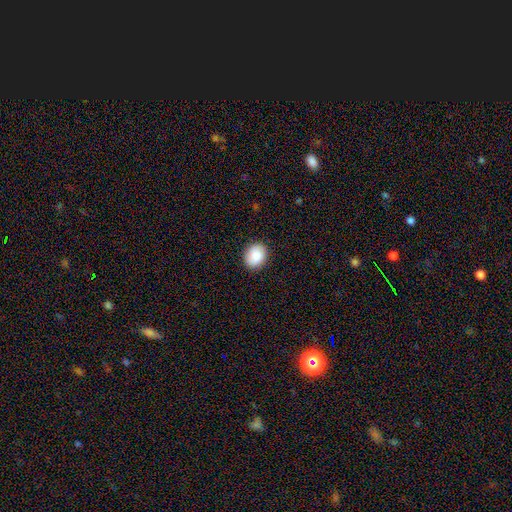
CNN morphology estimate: A smooth galaxy with no disk features (87%) that is round (53%).

Vote fractions:
- Smooth or featured? smooth: 87% / star or artifact: 7% / featured or disk: 5%
- How rounded? round: 53% / in between: 46% / cigar-shaped: 1%
- Merging? none: 89% / minor disturbance: 8% / major disturbance: 2% / merger: 1%